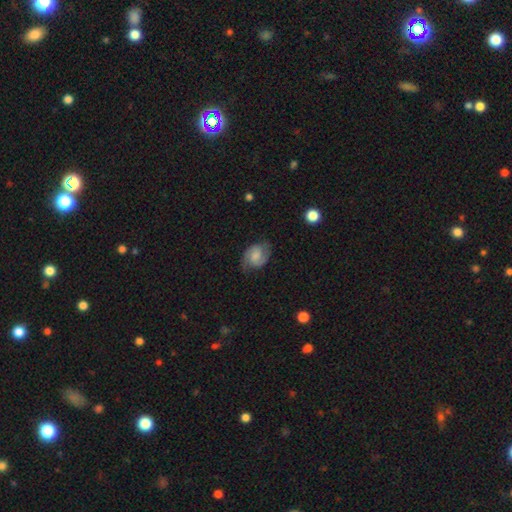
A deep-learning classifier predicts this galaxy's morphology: A featured or disk galaxy (71%) with a weak bar (52%), 2 (89%) medium (52%) spiral arms (95%) and a small central bulge (35%).

Vote fractions:
- Smooth or featured? featured or disk: 71% / smooth: 22% / star or artifact: 7%
- Edge-on disk? no: 98% / yes: 2%
- Bar? weak: 52% / no: 36% / strong: 12%
- Spiral arms? yes: 95% / no: 5%
- Spiral winding? medium: 52% / tight: 29% / loose: 19%
- Spiral arm count? 2: 89% / can't tell: 5% / 1: 2% / 3: 1% / 4: 1% / more than 4: 1%
- Bulge size? small: 35% / moderate: 31% / none: 27% / large: 6% / dominant: 1%
- Merging? none: 74% / minor disturbance: 19% / major disturbance: 6% / merger: 1%